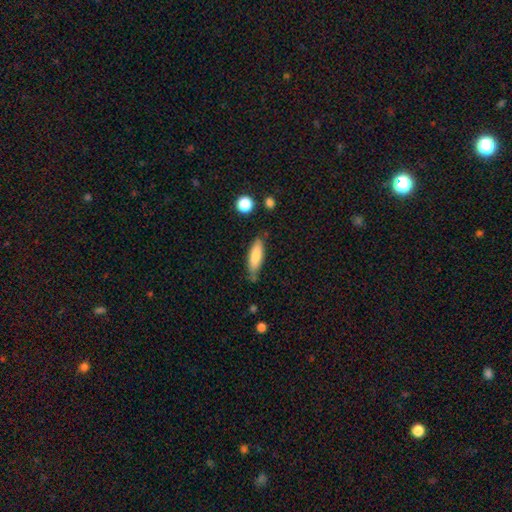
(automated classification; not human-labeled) A smooth galaxy with no disk features (81%) that is cigar-shaped (51%). Merging: none (71%).